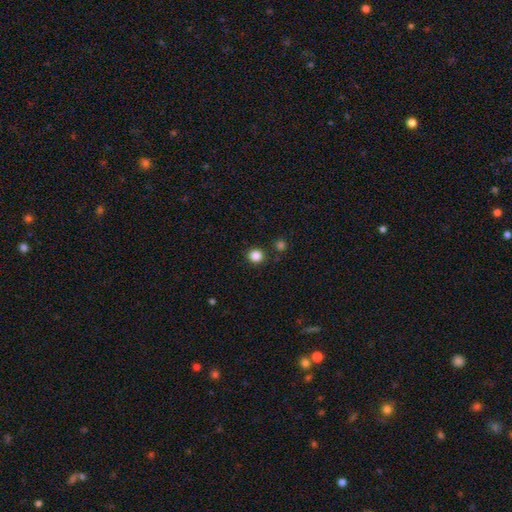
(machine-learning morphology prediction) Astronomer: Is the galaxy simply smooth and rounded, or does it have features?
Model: smooth — 85%.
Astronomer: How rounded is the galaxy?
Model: round — 89%.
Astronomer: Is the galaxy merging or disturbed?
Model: none — 87%.